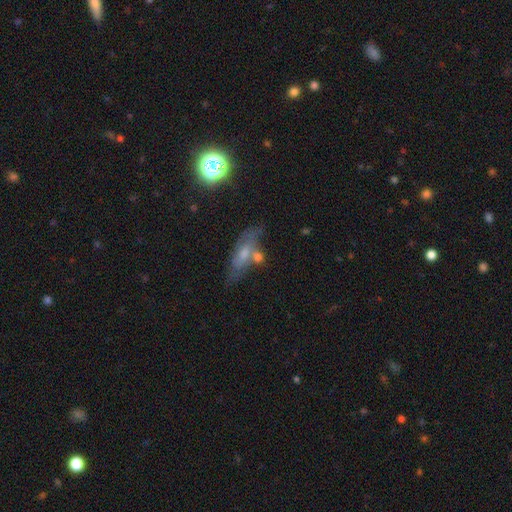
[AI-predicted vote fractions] smooth_or_featured: featured or disk (p=0.43) [alt: smooth p=0.38]
merging: none (p=0.52) [alt: merger p=0.20]